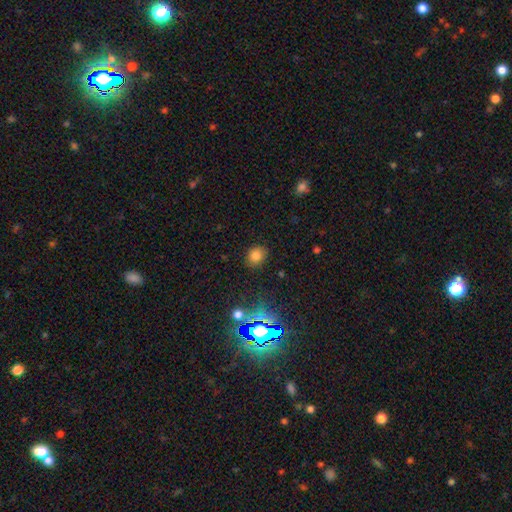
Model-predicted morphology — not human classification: This is likely a smooth galaxy (77%). How rounded: likely round (66%). Merging: clearly none (86%).